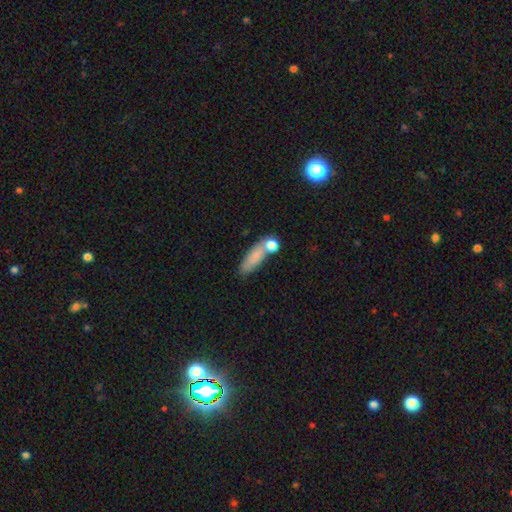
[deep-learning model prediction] Smooth or featured? smooth (77%)
How rounded? in between (49%)
Merging? none (55%)